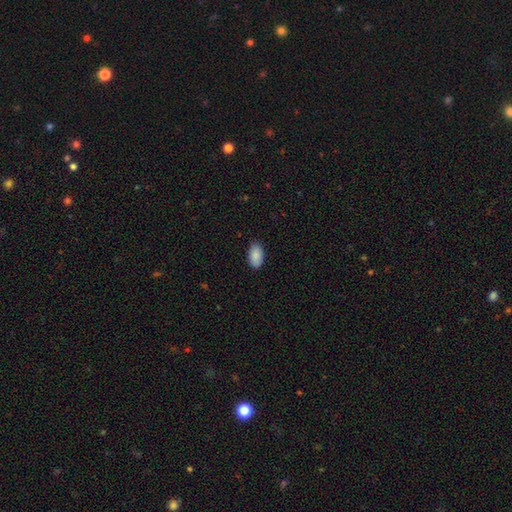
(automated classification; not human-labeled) This appears to be a smooth galaxy with no disk features (89%) that is in between round and cigar-shaped (95%). Merging: none (83%).